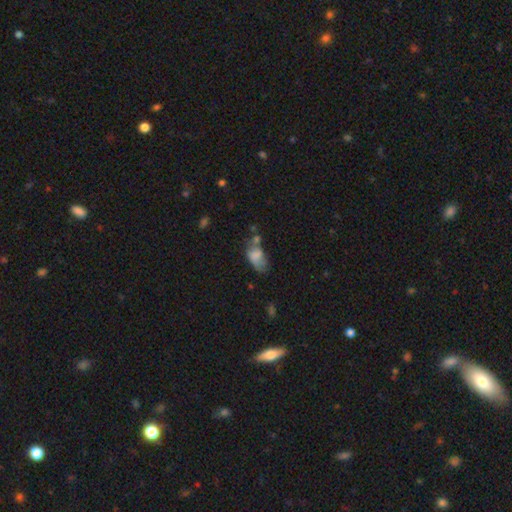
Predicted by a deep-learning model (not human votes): A smooth galaxy with no disk features (66%) that is in between round and cigar-shaped (89%).

Vote fractions:
- Smooth or featured? smooth: 66% / featured or disk: 23% / star or artifact: 11%
- How rounded? in between: 89% / round: 8% / cigar-shaped: 3%
- Merging? minor disturbance: 29% / major disturbance: 27% / none: 27% / merger: 17%